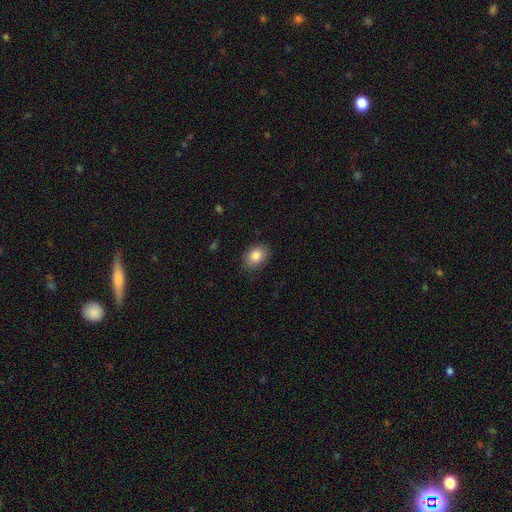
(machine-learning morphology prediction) Smooth or featured? Predicted: smooth (p=0.84). How rounded? Predicted: in between (p=0.77). Merging? Predicted: none (p=0.85).